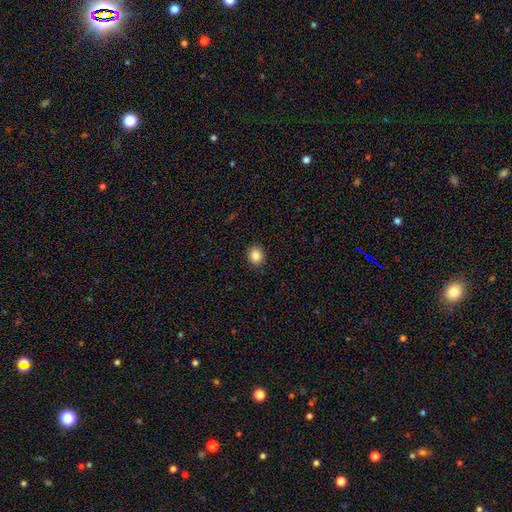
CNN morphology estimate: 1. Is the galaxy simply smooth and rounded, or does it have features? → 85% smooth, 10% star or artifact, 5% featured or disk.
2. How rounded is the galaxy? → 82% round, 17% in between, 1% cigar-shaped.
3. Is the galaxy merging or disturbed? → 91% none, 6% minor disturbance, 2% major disturbance, 1% merger.